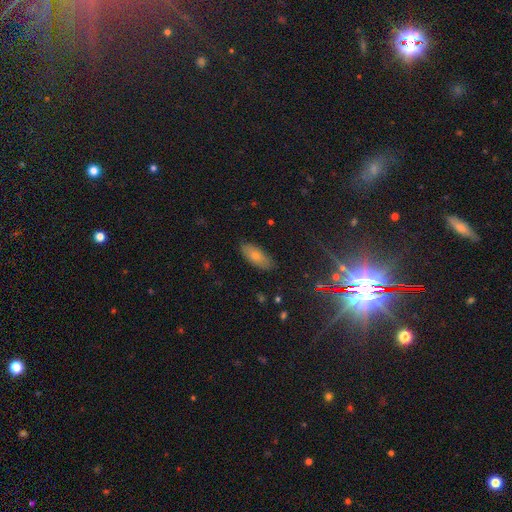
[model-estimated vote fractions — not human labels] Q: Smooth or featured?
A: smooth (73%); runner-up: featured or disk (19%)
Q: How rounded?
A: in between (82%); runner-up: cigar-shaped (15%)
Q: Merging?
A: none (84%); runner-up: minor disturbance (12%)